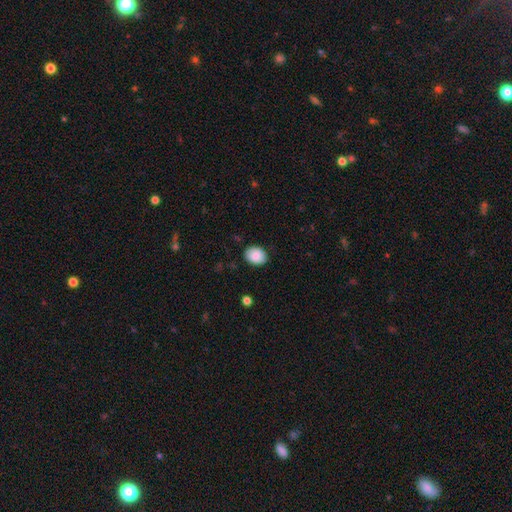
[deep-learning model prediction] This is clearly a smooth galaxy (88%). How rounded: possibly in between (59%). Merging: clearly none (86%).